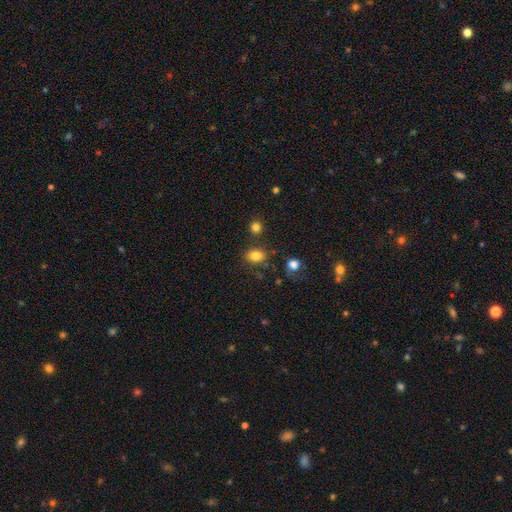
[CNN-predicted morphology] type=smooth (82%); roundness=in between (62%); merging=none (78%).